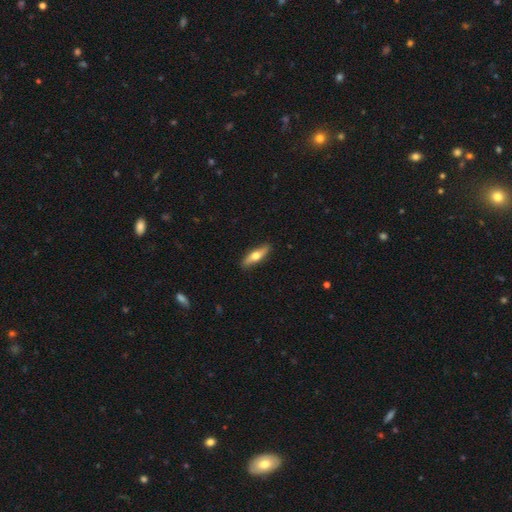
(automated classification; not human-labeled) A smooth galaxy with no disk features (49%). Merging: none (89%).